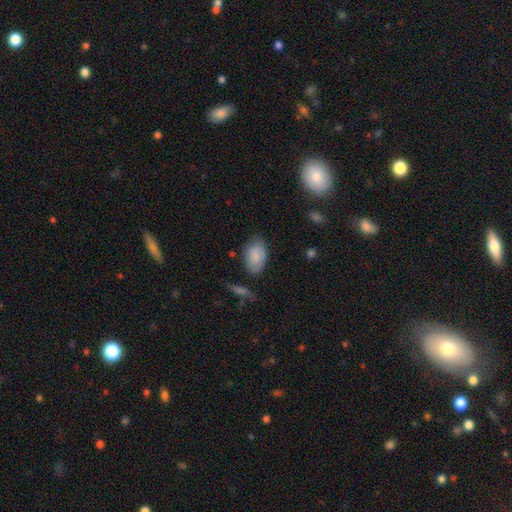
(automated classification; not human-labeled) This is clearly a smooth galaxy (85%). How rounded: clearly in between (91%). Merging: likely none (69%).